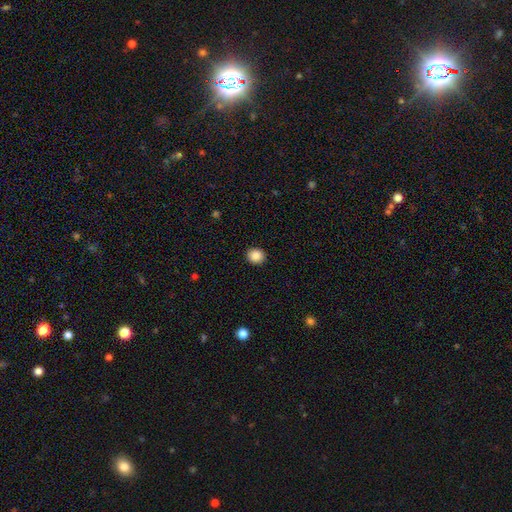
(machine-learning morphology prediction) Smooth or featured? Predicted: smooth (p=0.87). How rounded? Predicted: round (p=0.80). Merging? Predicted: none (p=0.92).